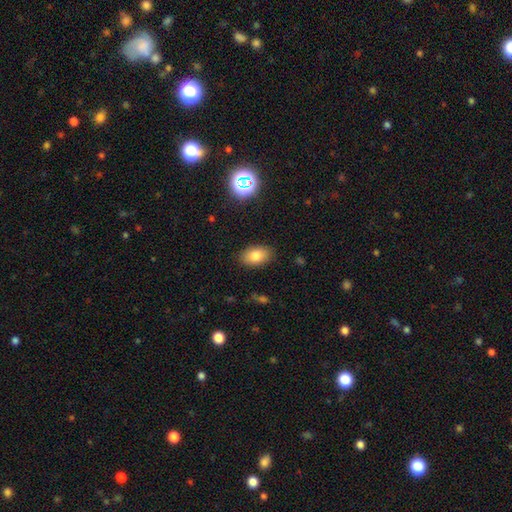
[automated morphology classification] smooth-or-featured: smooth: 80% | featured or disk: 11% | star or artifact: 10%
  how-rounded: in between: 90% | round: 8% | cigar-shaped: 2%
  merging: none: 86% | minor disturbance: 10% | major disturbance: 3% | merger: 1%